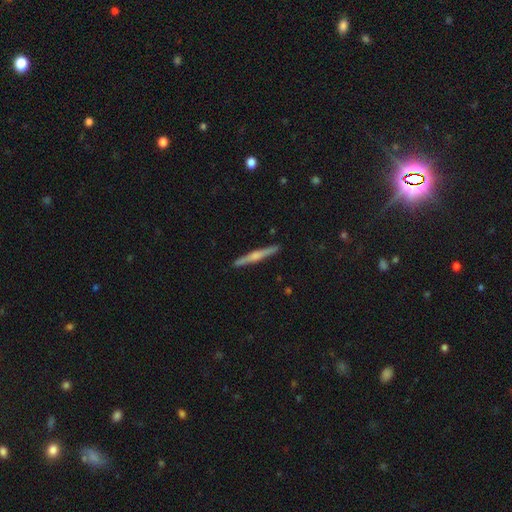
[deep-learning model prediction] featured or disk 64%, smooth 31%, star or artifact 5%. Down the decision tree: edge-on disk — yes (98%); edge-on bulge — rounded (74%); merging — none (91%).